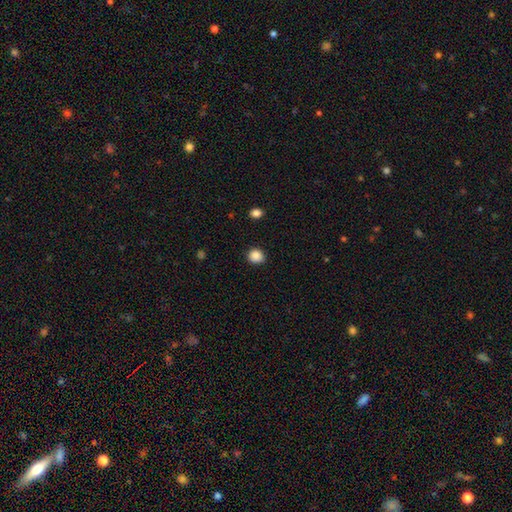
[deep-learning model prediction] Smooth or featured? smooth (88%)
How rounded? round (78%)
Merging? none (87%)